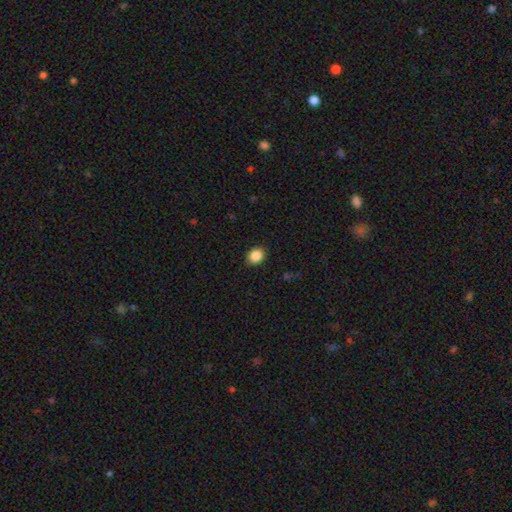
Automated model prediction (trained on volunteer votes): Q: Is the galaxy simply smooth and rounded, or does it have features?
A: smooth — 87%.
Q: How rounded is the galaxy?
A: round — 56%.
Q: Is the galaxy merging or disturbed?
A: none — 87%.